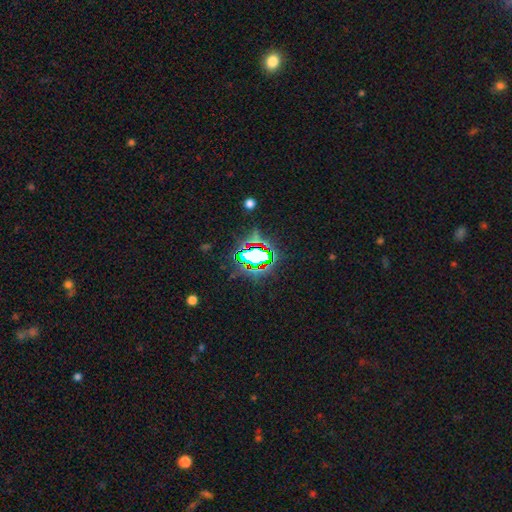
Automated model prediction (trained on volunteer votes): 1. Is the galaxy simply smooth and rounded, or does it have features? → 71% star or artifact, 17% smooth, 13% featured or disk.